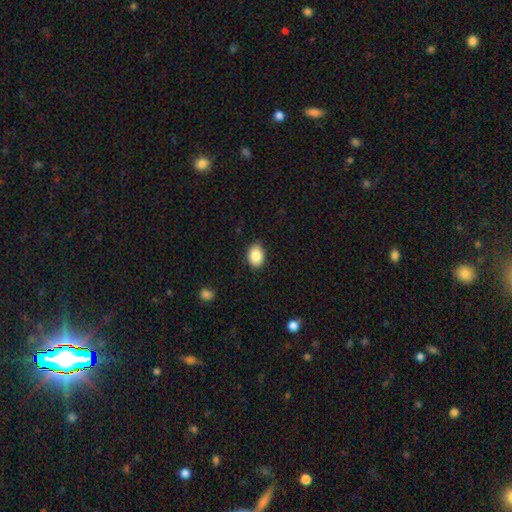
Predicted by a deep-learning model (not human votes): This is clearly a smooth galaxy (86%). How rounded: likely in between (76%). Merging: clearly none (86%).